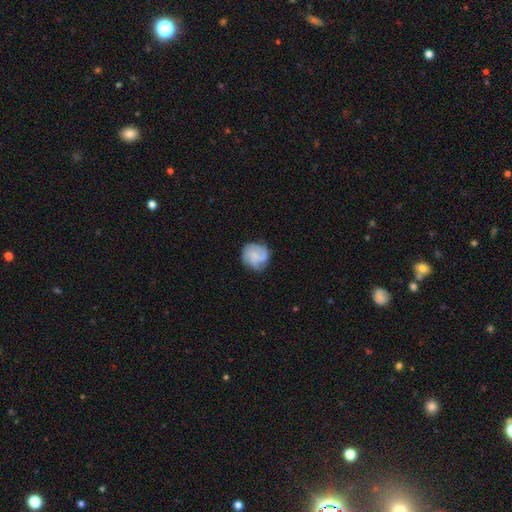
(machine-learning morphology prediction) Overall: featured or disk (53%; smooth 39%). Edge-on disk: no (98%). Bar: no (70%). Spiral arms: yes (89%). Bulge size: none (42%; small 38%). Merging: none (72%).